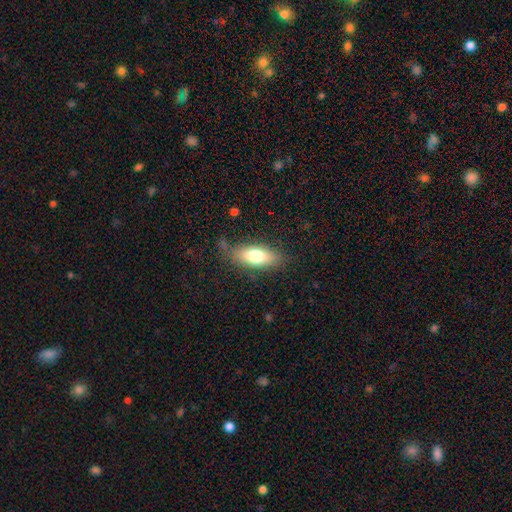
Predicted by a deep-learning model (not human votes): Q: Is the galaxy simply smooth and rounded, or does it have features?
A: smooth — 73%.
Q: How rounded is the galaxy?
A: in between — 76%.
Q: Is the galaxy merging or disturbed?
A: none — 77%.